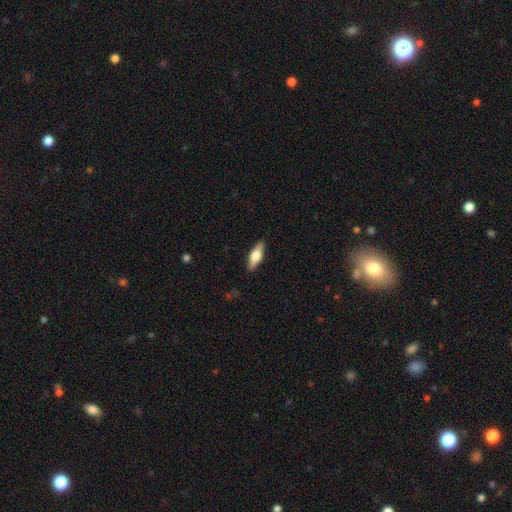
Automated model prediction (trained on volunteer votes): A smooth galaxy with no disk features (48%). Merging: none (89%).